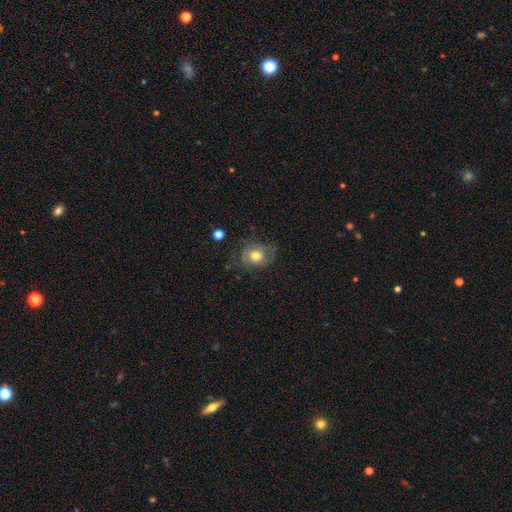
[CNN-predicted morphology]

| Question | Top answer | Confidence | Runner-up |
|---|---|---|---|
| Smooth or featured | smooth | 49% | featured or disk (42%) |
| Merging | none | 58% | minor disturbance (25%) |